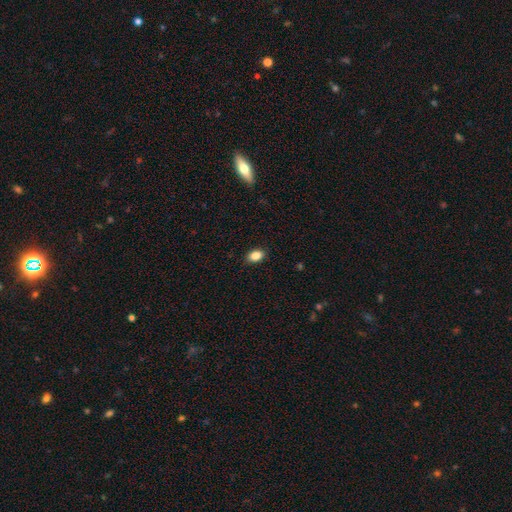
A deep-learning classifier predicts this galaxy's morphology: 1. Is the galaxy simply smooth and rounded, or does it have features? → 87% smooth, 9% star or artifact, 5% featured or disk.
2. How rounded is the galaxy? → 84% in between, 14% round, 2% cigar-shaped.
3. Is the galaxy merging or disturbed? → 88% none, 9% minor disturbance, 2% major disturbance, 1% merger.